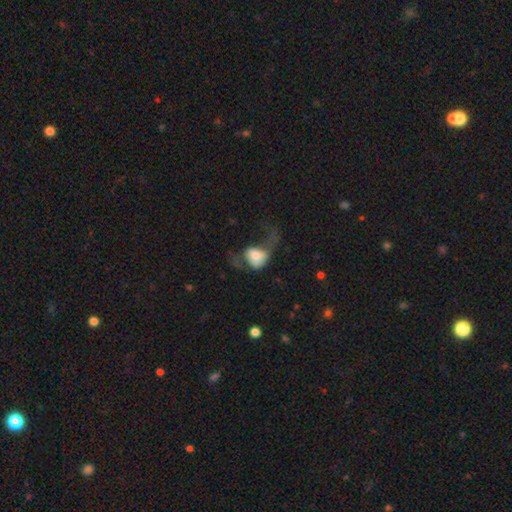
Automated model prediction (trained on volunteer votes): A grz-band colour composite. It shows a smooth galaxy with no disk features (62%) that is in between round and cigar-shaped (56%). Merging: major disturbance (65%).